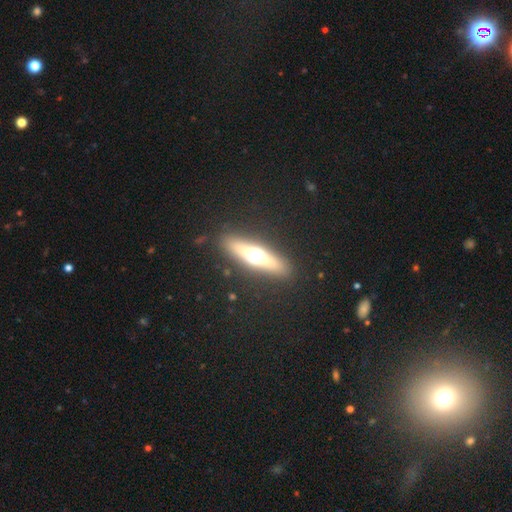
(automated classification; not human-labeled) smooth-or-featured: featured or disk: 55% | smooth: 35% | star or artifact: 10%
  disk-edge-on: yes: 87% | no: 13%
  merging: none: 88% | minor disturbance: 8% | major disturbance: 3% | merger: 1%